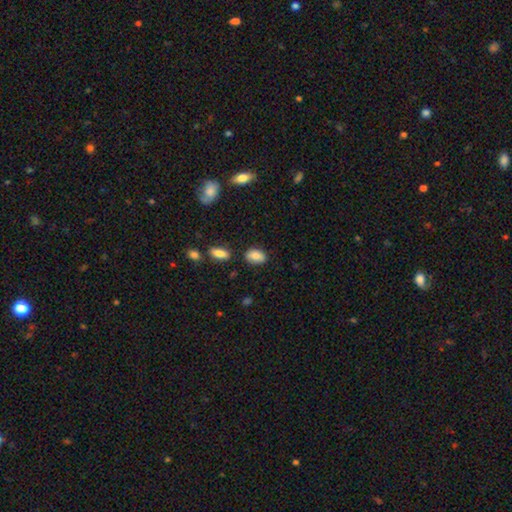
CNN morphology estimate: A smooth galaxy with no disk features (83%) that is in between round and cigar-shaped (87%).

Vote fractions:
- Smooth or featured? smooth: 83% / featured or disk: 9% / star or artifact: 8%
- How rounded? in between: 87% / round: 11% / cigar-shaped: 2%
- Merging? none: 82% / minor disturbance: 12% / merger: 4% / major disturbance: 3%